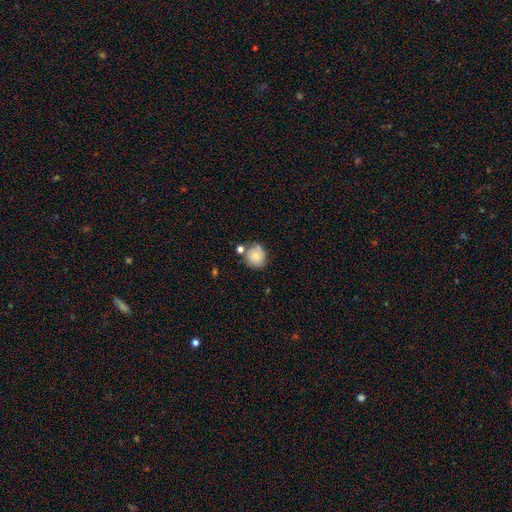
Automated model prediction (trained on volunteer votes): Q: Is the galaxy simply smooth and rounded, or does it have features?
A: smooth — 77%.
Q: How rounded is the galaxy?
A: round — 82%.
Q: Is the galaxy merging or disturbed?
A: none — 61%.